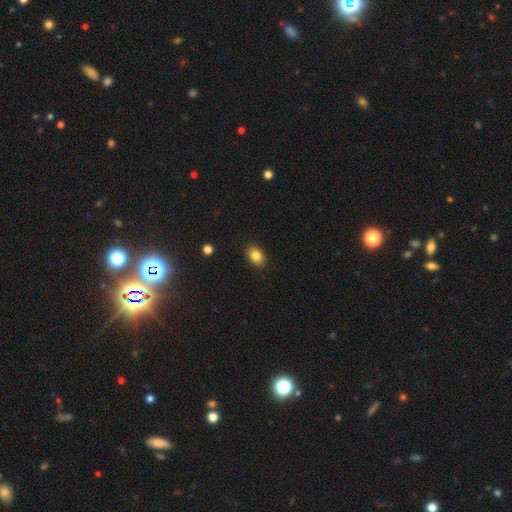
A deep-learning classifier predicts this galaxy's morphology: smooth_or_featured: smooth (p=0.85) [alt: star or artifact p=0.10]
how_rounded: in between (p=0.76) [alt: round p=0.23]
merging: none (p=0.89) [alt: minor disturbance p=0.08]